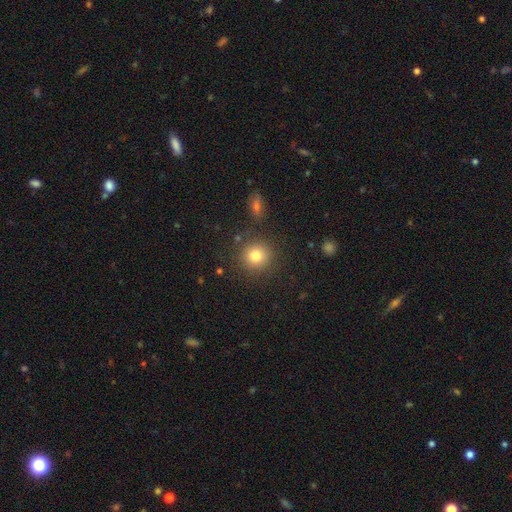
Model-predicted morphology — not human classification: type=smooth (80%); roundness=round (91%); merging=none (85%).